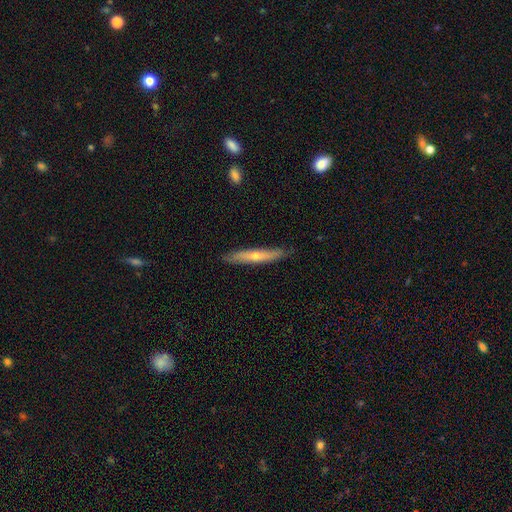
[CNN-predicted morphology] Smooth or featured: featured or disk — 57% (smooth — 35%)
Edge-on disk: yes — 92% (no — 8%)
Edge-on bulge: rounded — 79% (none — 18%)
Merging: none — 88% (minor disturbance — 9%)